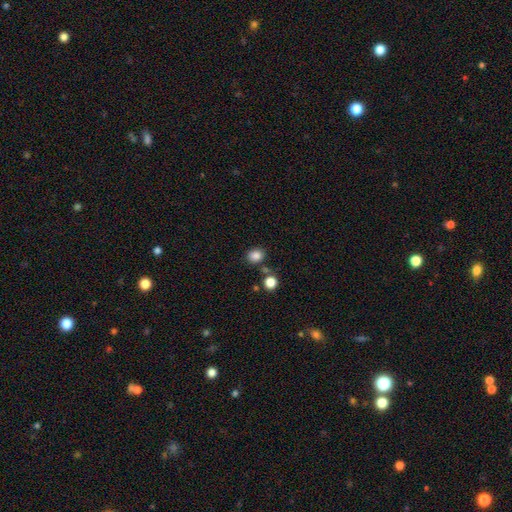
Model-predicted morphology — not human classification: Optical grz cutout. It shows a smooth galaxy with no disk features (85%) that is round (60%). Merging: none (77%).